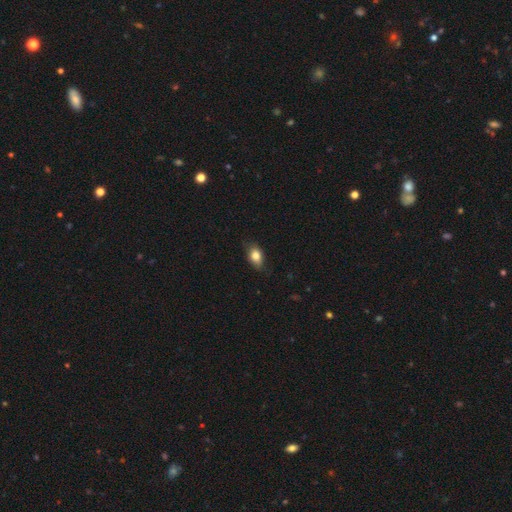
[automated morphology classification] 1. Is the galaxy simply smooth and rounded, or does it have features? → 81% smooth, 11% featured or disk, 8% star or artifact.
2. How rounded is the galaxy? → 83% in between, 15% round, 3% cigar-shaped.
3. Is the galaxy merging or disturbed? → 77% none, 19% minor disturbance, 3% major disturbance, 1% merger.